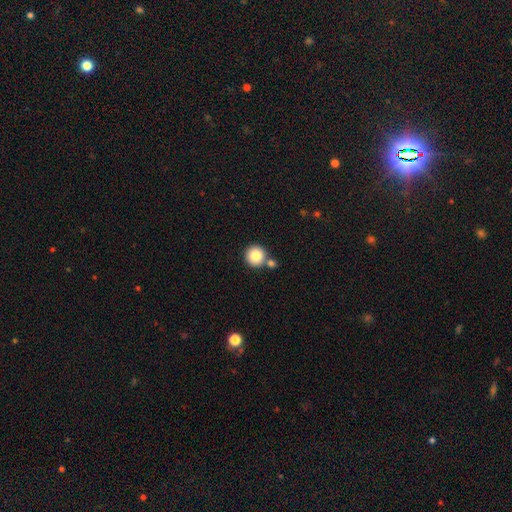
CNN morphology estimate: This is clearly a smooth galaxy (83%). How rounded: clearly round (94%). Merging: likely none (68%).